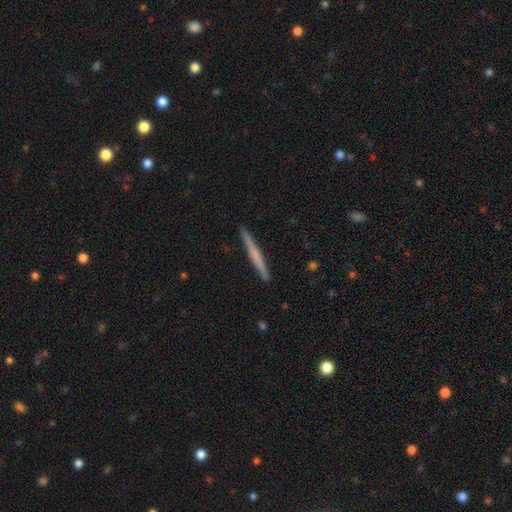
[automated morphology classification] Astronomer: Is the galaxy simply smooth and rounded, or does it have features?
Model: smooth — 50% (runner-up: featured or disk, 44%).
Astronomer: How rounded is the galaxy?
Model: cigar-shaped — 97%.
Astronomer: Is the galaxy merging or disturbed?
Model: none — 92%.